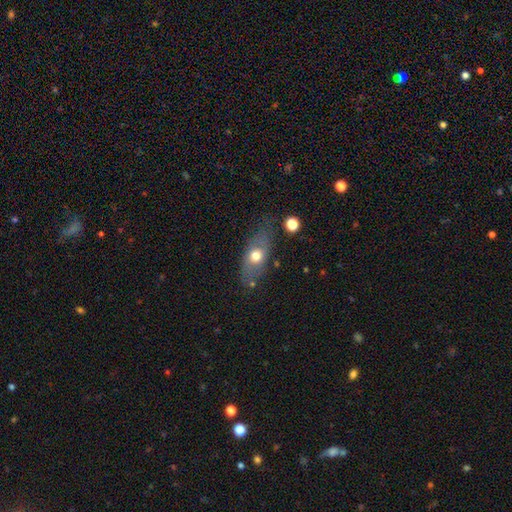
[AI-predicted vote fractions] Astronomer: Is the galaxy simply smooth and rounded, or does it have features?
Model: smooth — 57% (runner-up: featured or disk, 34%).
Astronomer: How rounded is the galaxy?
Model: in between — 75%.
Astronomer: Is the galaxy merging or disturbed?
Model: none — 66%.